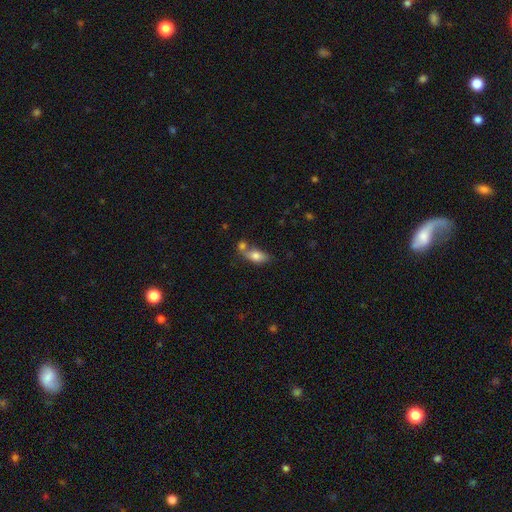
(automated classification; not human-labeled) Smooth or featured: smooth — 75% (featured or disk — 18%)
How rounded: in between — 83% (cigar-shaped — 11%)
Merging: none — 40% (merger — 39%)